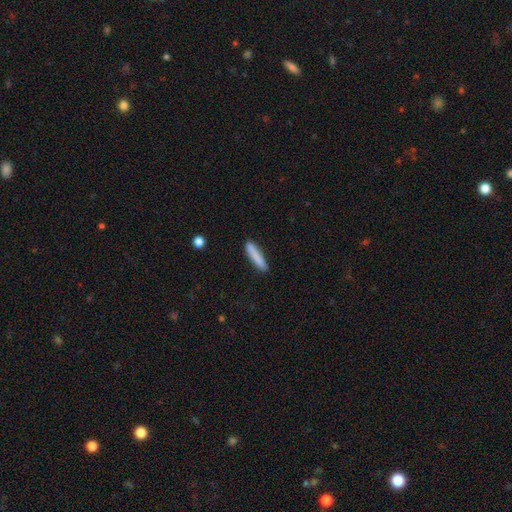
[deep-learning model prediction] smooth 84%, featured or disk 10%, star or artifact 6%. Down the decision tree: how rounded — cigar-shaped (89%); merging — none (88%).